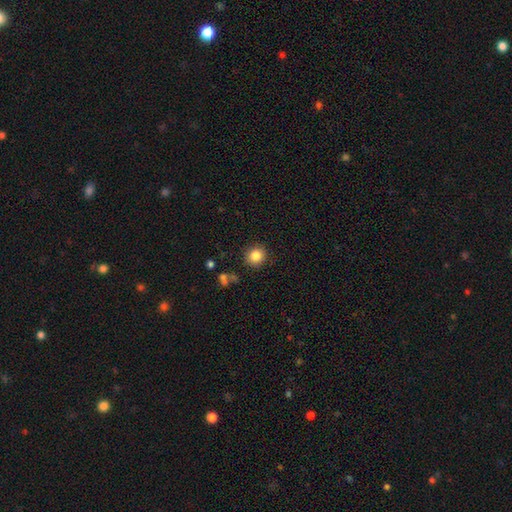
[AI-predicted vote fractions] Overall: smooth (84%). How rounded: round (89%). Merging: none (88%).